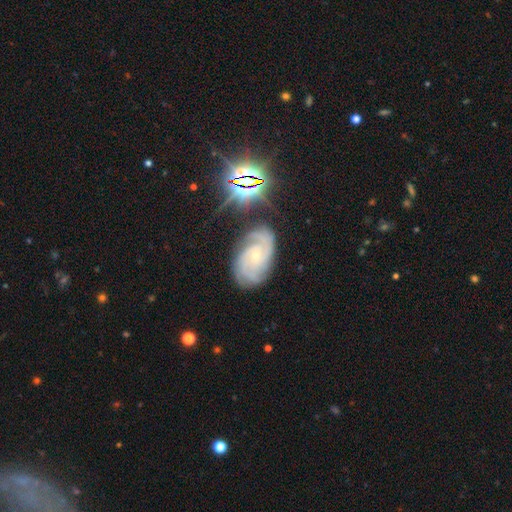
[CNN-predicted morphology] smooth_or_featured: featured or disk (p=0.85) [alt: star or artifact p=0.09]
disk_edge_on: no (p=0.97) [alt: yes p=0.03]
bar: no (p=0.70) [alt: weak p=0.24]
has_spiral_arms: yes (p=0.98) [alt: no p=0.02]
spiral_winding: tight (p=0.69) [alt: medium p=0.27]
spiral_arm_count: 3 (p=0.33) [alt: 2 p=0.21]
bulge_size: small (p=0.79) [alt: moderate p=0.17]
merging: none (p=0.74) [alt: minor disturbance p=0.18]